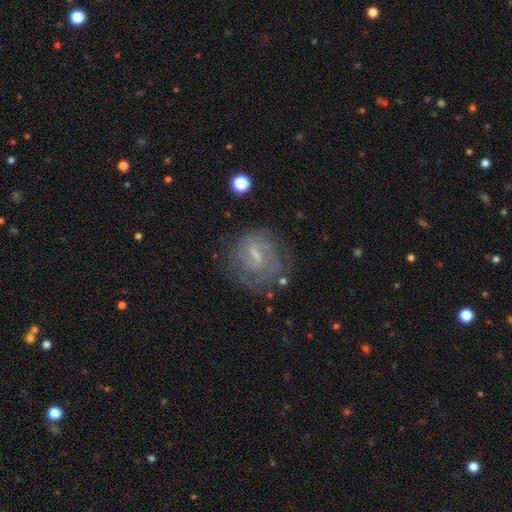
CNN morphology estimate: Smooth or featured? Predicted: featured or disk (p=0.71). Edge-on disk? Predicted: no (p=0.96). Bar? Predicted: weak (p=0.55). Spiral arms? Predicted: yes (p=0.84). Spiral winding? Predicted: tight (p=0.52). Spiral arm count? Predicted: 2 (p=0.45). Bulge size? Predicted: small (p=0.49). Merging? Predicted: none (p=0.67).